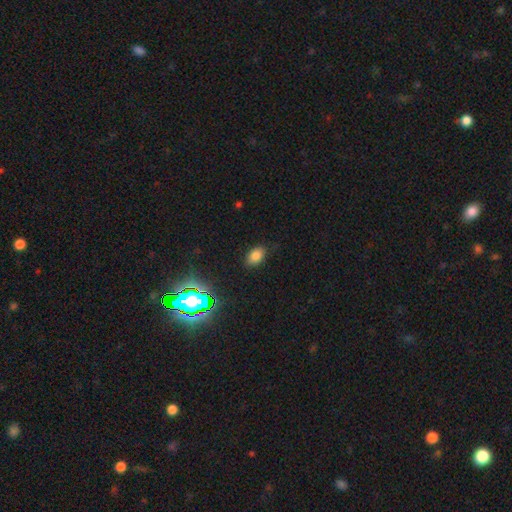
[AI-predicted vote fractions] smooth-or-featured: smooth: 77% | star or artifact: 16% | featured or disk: 7%
  how-rounded: in between: 86% | round: 13% | cigar-shaped: 1%
  merging: none: 83% | minor disturbance: 13% | major disturbance: 3% | merger: 1%